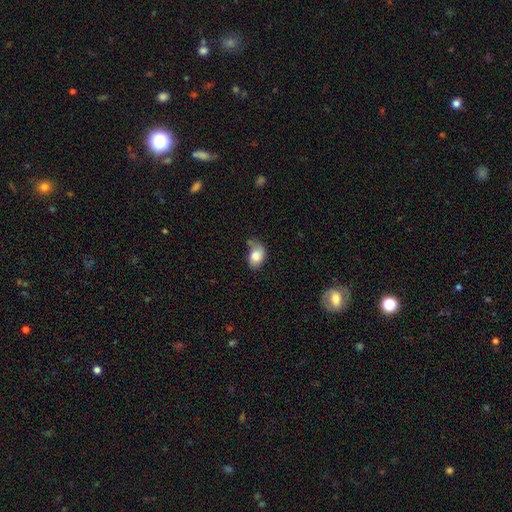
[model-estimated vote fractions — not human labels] smooth_or_featured: smooth (p=0.79) [alt: featured or disk p=0.13]
how_rounded: in between (p=0.79) [alt: round p=0.20]
merging: none (p=0.44) [alt: minor disturbance p=0.35]